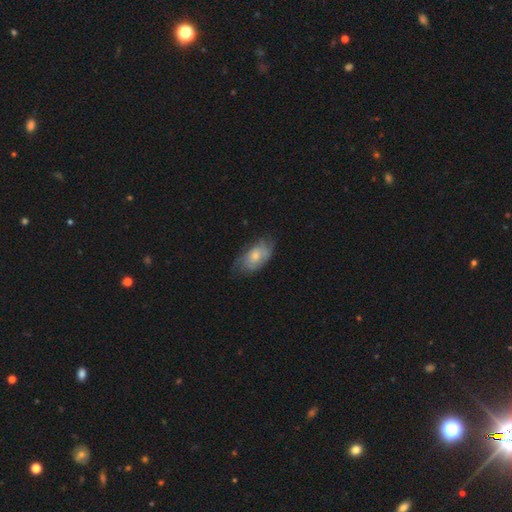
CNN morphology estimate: smooth 54%, featured or disk 39%, star or artifact 6%. Down the decision tree: how rounded — in between (91%); merging — none (58%).